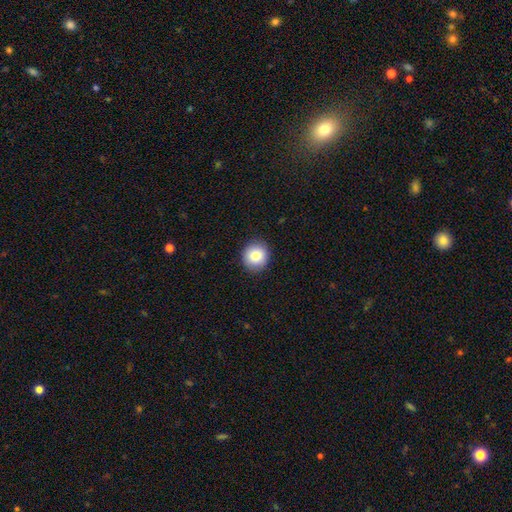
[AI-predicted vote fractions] Morphology: type=smooth (81%); roundness=round (89%); merging=none (90%).